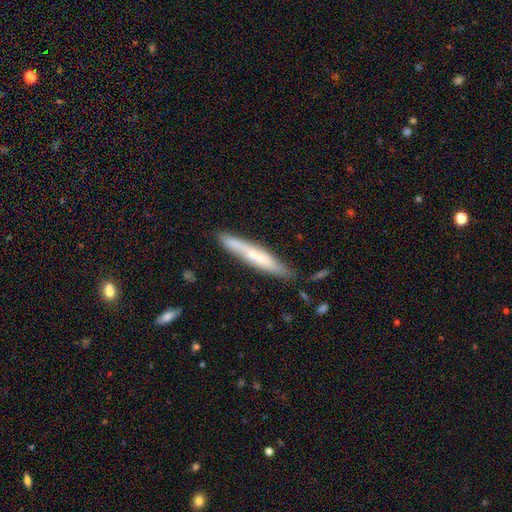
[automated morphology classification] Smooth or featured? Predicted: smooth (p=0.52). How rounded? Predicted: cigar-shaped (p=0.93). Merging? Predicted: none (p=0.75).